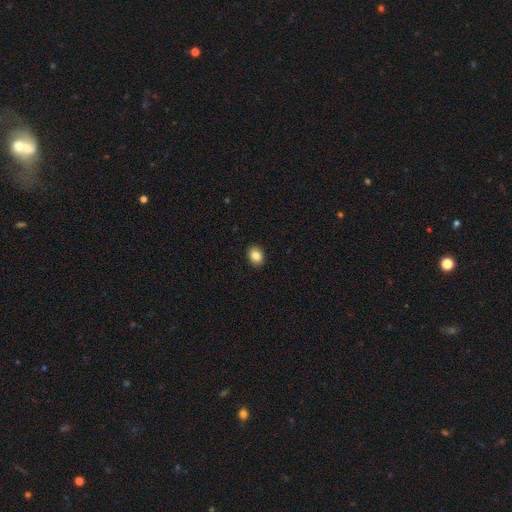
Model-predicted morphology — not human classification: This is clearly a smooth galaxy (86%). How rounded: possibly in between (57%). Merging: clearly none (91%).